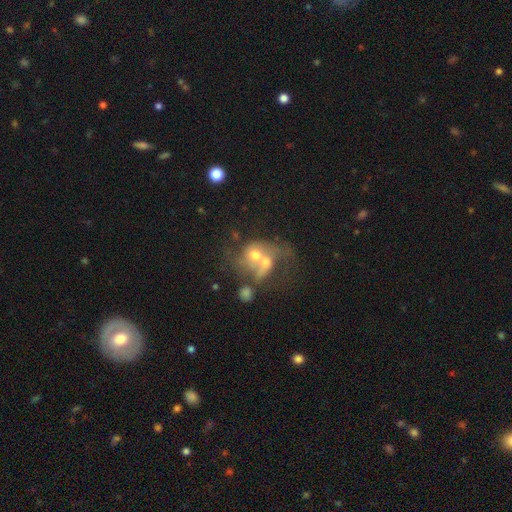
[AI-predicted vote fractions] A featured or disk galaxy (54%) with no bar (76%), spiral arms (51%) and a moderate central bulge (60%). Merging: merger (71%).